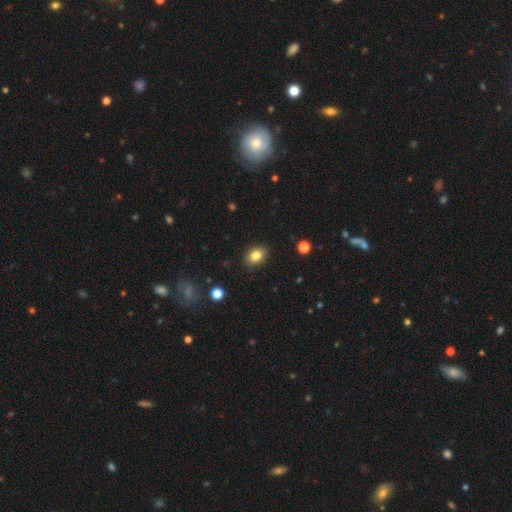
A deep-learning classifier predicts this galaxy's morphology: Smooth or featured? Predicted: smooth (p=0.82). How rounded? Predicted: in between (p=0.68). Merging? Predicted: none (p=0.87).